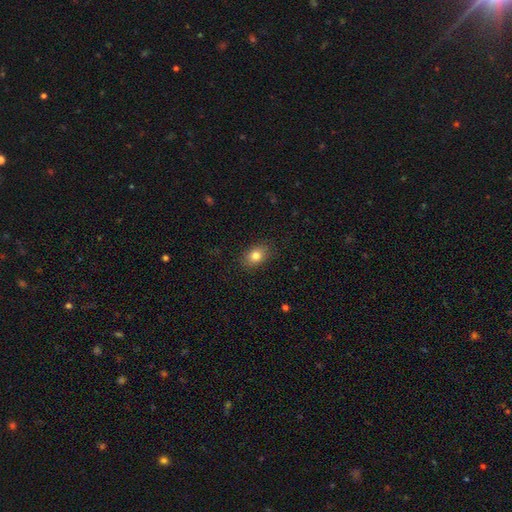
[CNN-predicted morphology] Overall: smooth (83%). How rounded: in between (76%). Merging: none (87%).